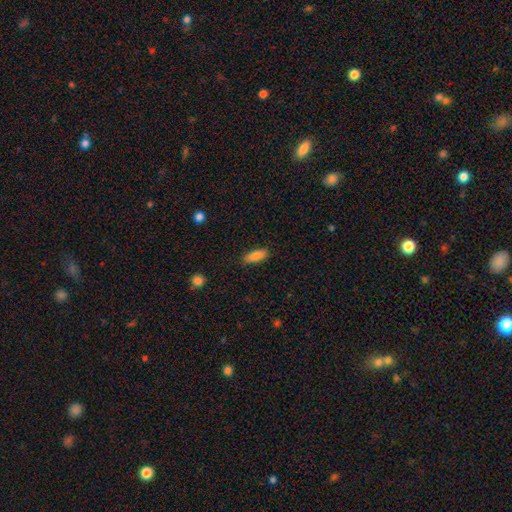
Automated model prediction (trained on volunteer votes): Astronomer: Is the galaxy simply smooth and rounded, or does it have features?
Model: smooth — 84%.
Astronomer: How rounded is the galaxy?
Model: in between — 65%.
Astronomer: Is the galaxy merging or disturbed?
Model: none — 86%.